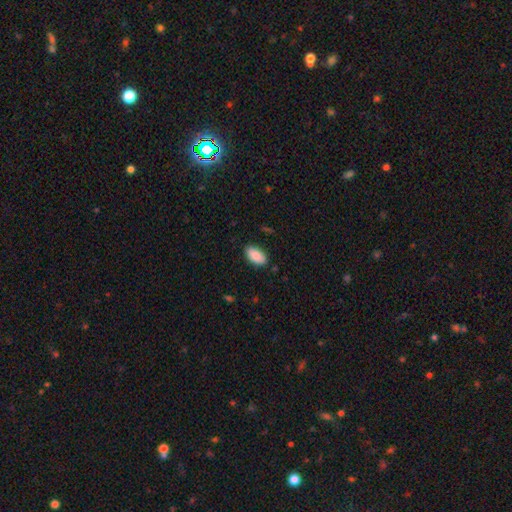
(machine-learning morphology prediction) Smooth or featured: smooth — 89% (star or artifact — 6%)
How rounded: in between — 94% (round — 3%)
Merging: none — 85% (minor disturbance — 11%)